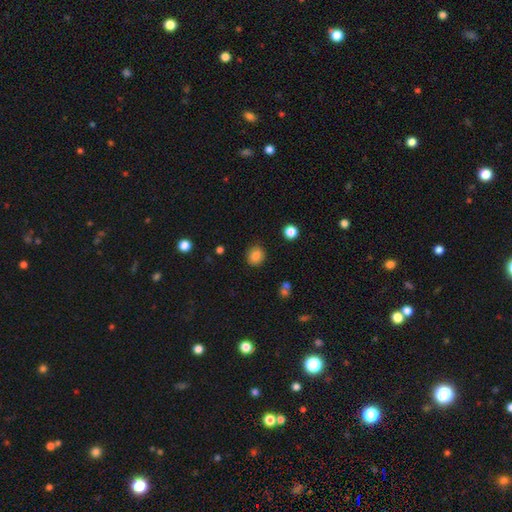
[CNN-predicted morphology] A smooth galaxy with no disk features (84%) that is round (82%).

Vote fractions:
- Smooth or featured? smooth: 84% / star or artifact: 11% / featured or disk: 5%
- How rounded? round: 82% / in between: 17% / cigar-shaped: 1%
- Merging? none: 87% / minor disturbance: 9% / major disturbance: 3% / merger: 2%